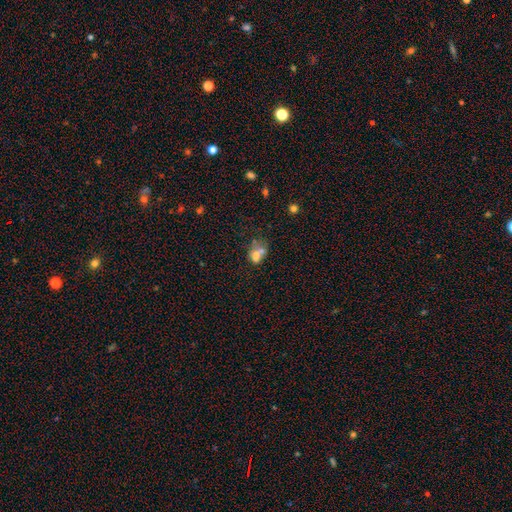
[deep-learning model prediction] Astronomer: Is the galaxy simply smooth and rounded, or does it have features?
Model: smooth — 62%.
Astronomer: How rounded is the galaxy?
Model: in between — 64%.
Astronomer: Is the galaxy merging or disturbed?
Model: merger — 52%.